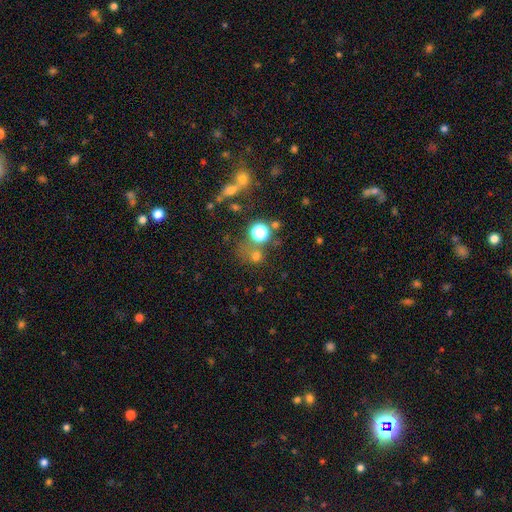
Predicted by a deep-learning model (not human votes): Smooth or featured: smooth — 54% (star or artifact — 36%)
How rounded: round — 86% (in between — 12%)
Merging: none — 61% (merger — 22%)